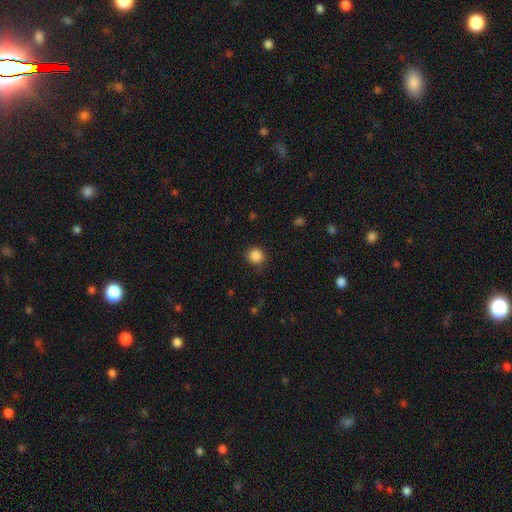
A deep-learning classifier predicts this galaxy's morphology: Smooth or featured: smooth — 87% (star or artifact — 10%)
How rounded: round — 92% (in between — 7%)
Merging: none — 86% (minor disturbance — 10%)